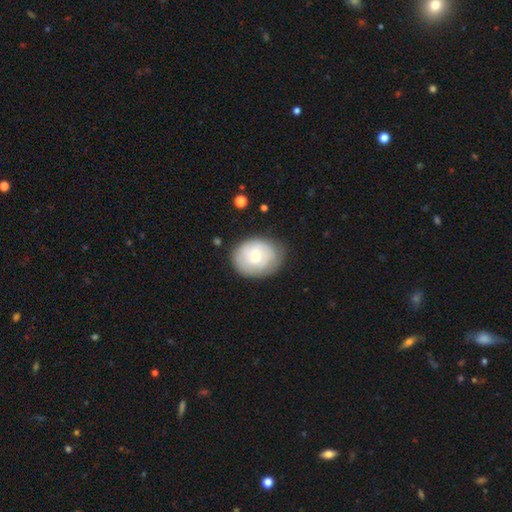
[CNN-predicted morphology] Smooth or featured? smooth (51%)
How rounded? round (54%)
Merging? none (73%)